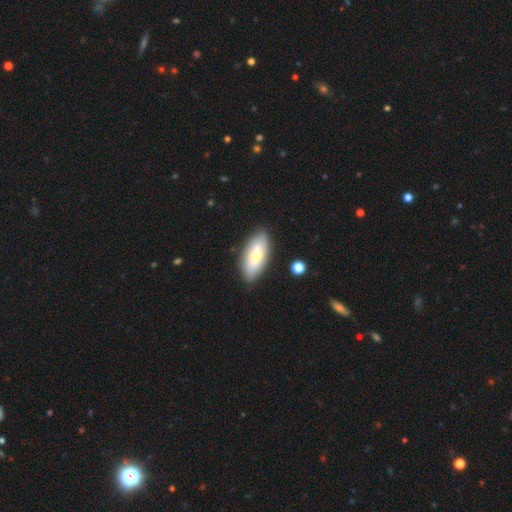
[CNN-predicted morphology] The model was most divided on "smooth or featured": smooth: 71%, featured or disk: 23%, star or artifact: 6%. More confident: how rounded — in between (83%); merging — none (81%).